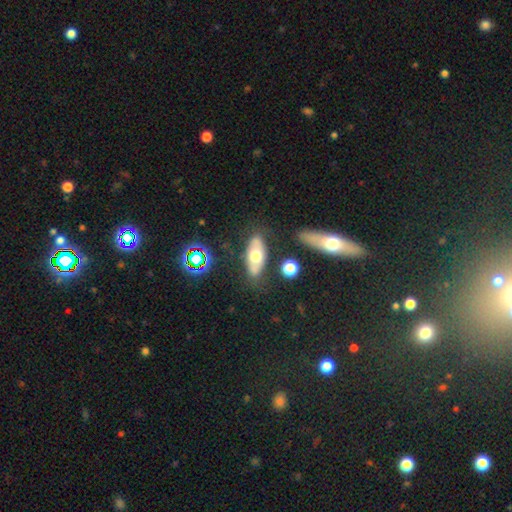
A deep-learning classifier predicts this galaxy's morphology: A smooth galaxy with no disk features (54%) that is in between round and cigar-shaped (82%).

Vote fractions:
- Smooth or featured? smooth: 54% / featured or disk: 39% / star or artifact: 8%
- How rounded? in between: 82% / cigar-shaped: 14% / round: 4%
- Merging? none: 74% / minor disturbance: 15% / merger: 6% / major disturbance: 5%